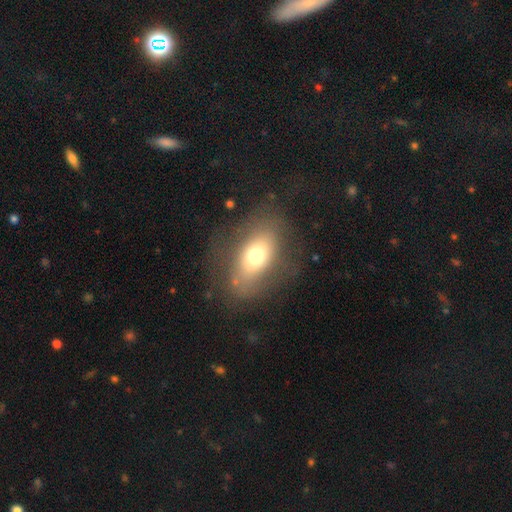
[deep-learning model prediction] A smooth galaxy with no disk features (66%) that is in between round and cigar-shaped (84%). Merging: none (69%).